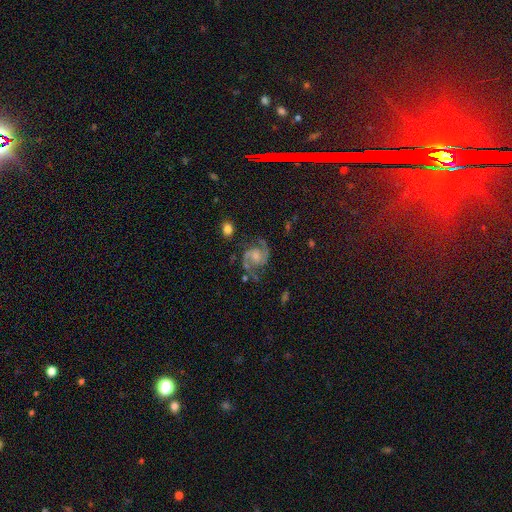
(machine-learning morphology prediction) Smooth or featured? featured or disk (91%)
Edge-on disk? no (98%)
Bar? no (59%)
Spiral arms? yes (98%)
Spiral winding? medium (63%)
Spiral arm count? 2 (94%)
Bulge size? moderate (43%)
Merging? none (73%)